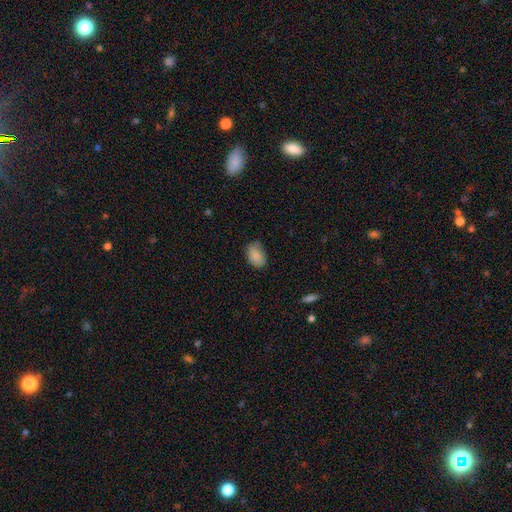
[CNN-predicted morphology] smooth_or_featured: smooth (p=0.87) [alt: star or artifact p=0.07]
how_rounded: in between (p=0.86) [alt: round p=0.13]
merging: none (p=0.69) [alt: minor disturbance p=0.25]